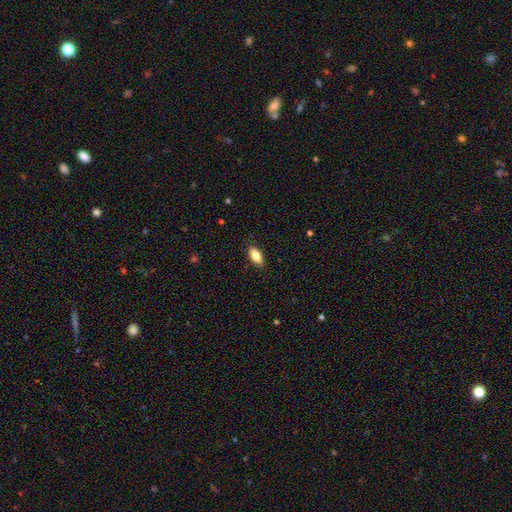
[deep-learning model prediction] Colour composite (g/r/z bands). It shows a smooth galaxy with no disk features (84%) that is in between round and cigar-shaped (89%). Merging: none (88%).